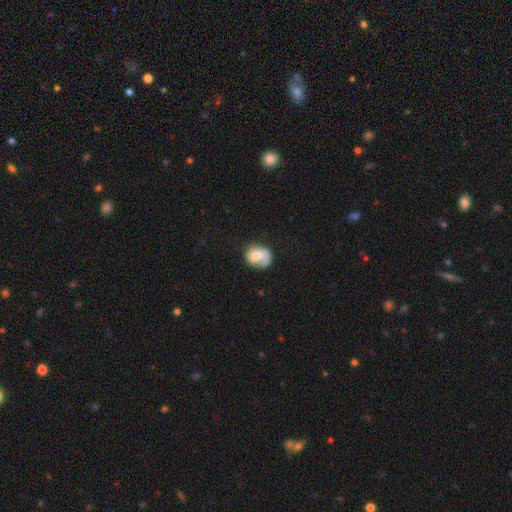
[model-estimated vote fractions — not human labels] Overall: smooth (65%; featured or disk 27%). How rounded: round (52%; in between 47%). Merging: none (46%; minor disturbance 29%).